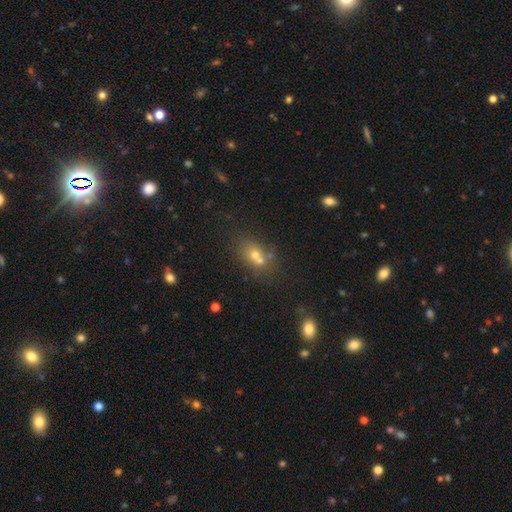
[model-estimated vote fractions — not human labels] Q: Smooth or featured?
A: smooth (60%); runner-up: star or artifact (20%)
Q: How rounded?
A: in between (49%); tied with: round (49%)
Q: Merging?
A: merger (45%); runner-up: none (41%)